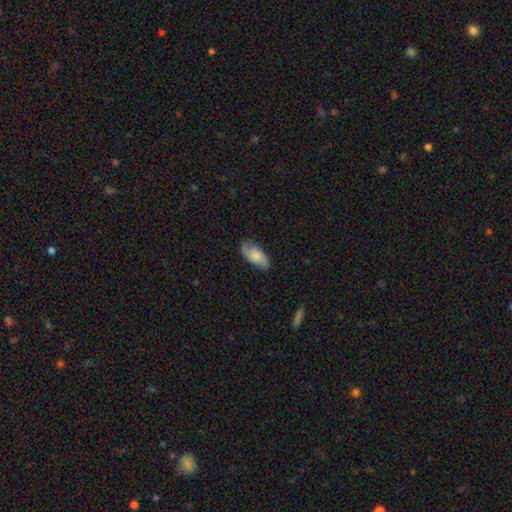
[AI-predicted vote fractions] Smooth or featured: smooth — 65% (featured or disk — 29%)
How rounded: in between — 90% (cigar-shaped — 7%)
Merging: none — 78% (minor disturbance — 17%)